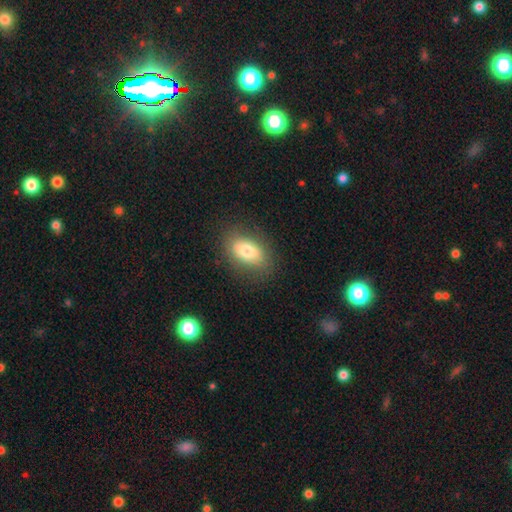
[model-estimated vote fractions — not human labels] The model was most divided on "smooth or featured": smooth: 74%, featured or disk: 13%, star or artifact: 13%. More confident: how rounded — in between (85%); merging — none (84%).